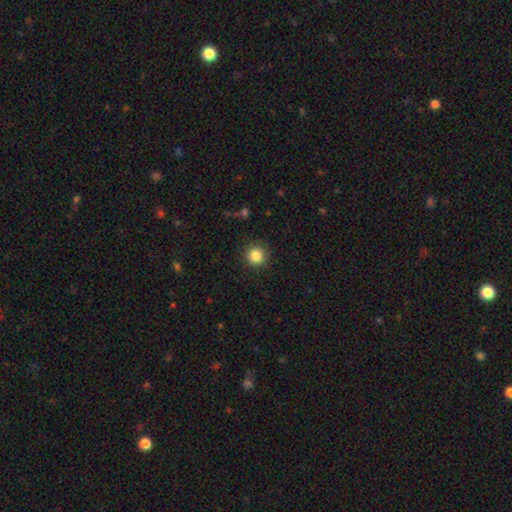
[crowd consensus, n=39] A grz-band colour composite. It shows a smooth galaxy with no disk features (87%) that is round (97%). Merging: none (89%).